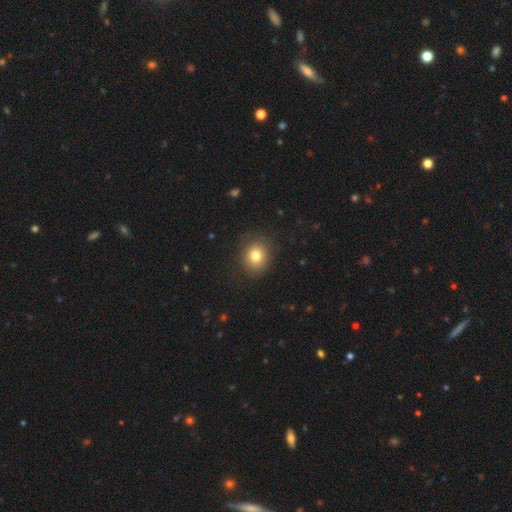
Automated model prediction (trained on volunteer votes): Smooth or featured? Predicted: smooth (p=0.79). How rounded? Predicted: round (p=0.72). Merging? Predicted: none (p=0.85).